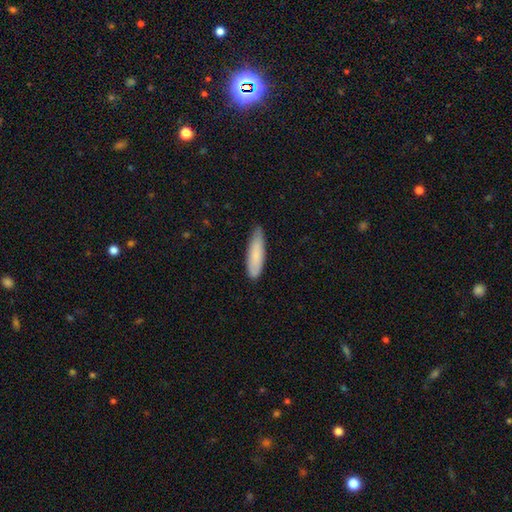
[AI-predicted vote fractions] smooth_or_featured: smooth (p=0.83) [alt: featured or disk p=0.11]
how_rounded: cigar-shaped (p=0.67) [alt: in between p=0.32]
merging: none (p=0.74) [alt: minor disturbance p=0.22]